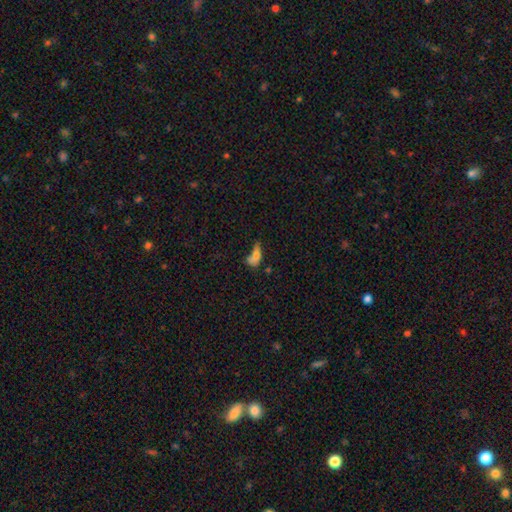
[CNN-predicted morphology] This is likely a smooth galaxy (64%). How rounded: likely in between (69%). Merging: marginally major disturbance (28%).